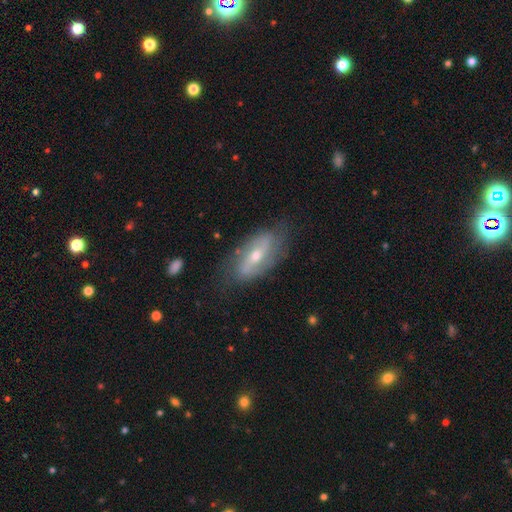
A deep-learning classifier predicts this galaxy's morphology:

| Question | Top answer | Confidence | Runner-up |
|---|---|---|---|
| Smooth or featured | featured or disk | 75% | smooth (19%) |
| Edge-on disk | no | 87% | yes (13%) |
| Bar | weak | 38% | strong (36%) |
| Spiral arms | yes | 83% | no (17%) |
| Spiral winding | loose | 42% | medium (35%) |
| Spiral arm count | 2 | 82% | can't tell (12%) |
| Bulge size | moderate | 57% | small (39%) |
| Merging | none | 74% | minor disturbance (18%) |